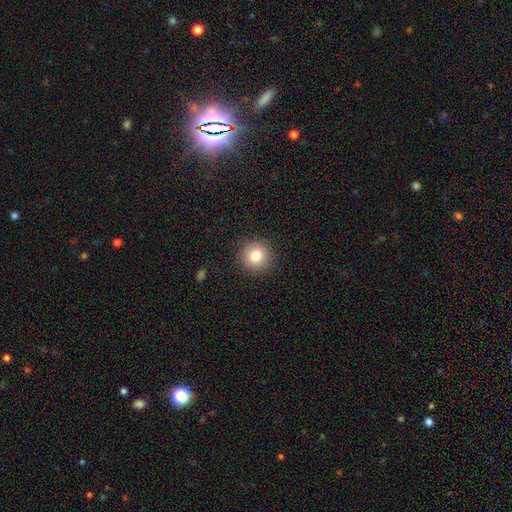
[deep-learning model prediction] smooth-or-featured: smooth: 80% | star or artifact: 11% | featured or disk: 9%
  how-rounded: round: 93% | in between: 6% | cigar-shaped: 1%
  merging: none: 91% | minor disturbance: 6% | major disturbance: 2% | merger: 1%